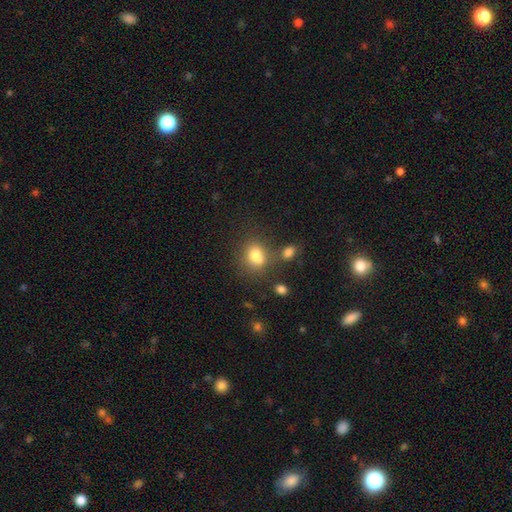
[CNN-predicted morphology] This is likely a smooth galaxy (78%). How rounded: possibly round (55%). Merging: possibly none (51%).